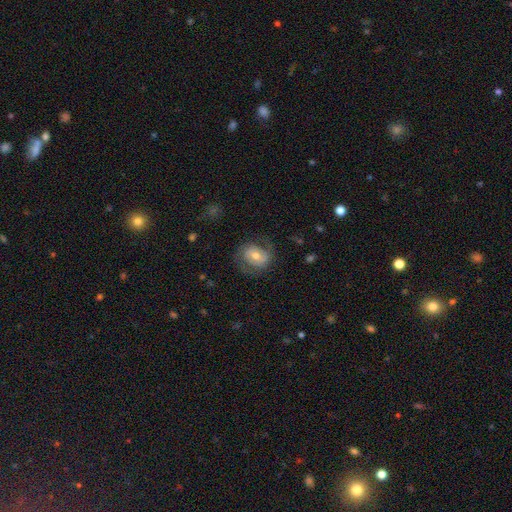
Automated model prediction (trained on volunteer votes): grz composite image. It shows a featured or disk galaxy (54%) with no bar (55%), spiral arms (73%) and a moderate central bulge (67%). Merging: none (66%).